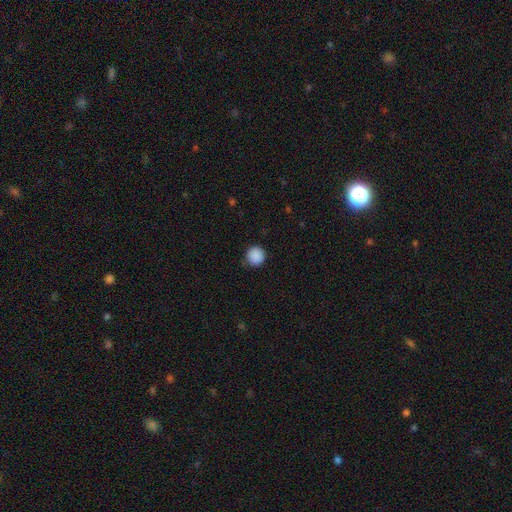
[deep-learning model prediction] A smooth galaxy with no disk features (89%) that is round (94%).

Vote fractions:
- Smooth or featured? smooth: 89% / star or artifact: 9% / featured or disk: 2%
- How rounded? round: 94% / in between: 5% / cigar-shaped: 1%
- Merging? none: 87% / minor disturbance: 9% / major disturbance: 2% / merger: 1%